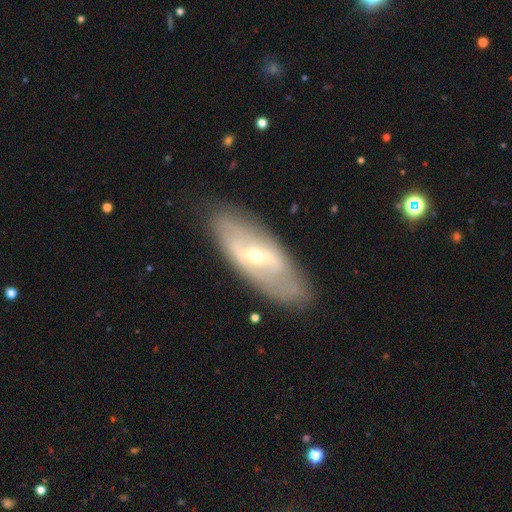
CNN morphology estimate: type=featured or disk (72%); edge-on=no (83%); bar=weak (41%); spiral arms=yes (55%); bulge=small (61%); merging=none (82%).